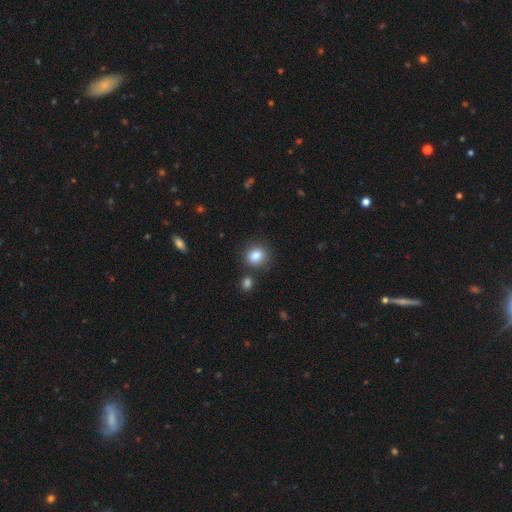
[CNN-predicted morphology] Smooth or featured? smooth (84%)
How rounded? round (76%)
Merging? none (82%)